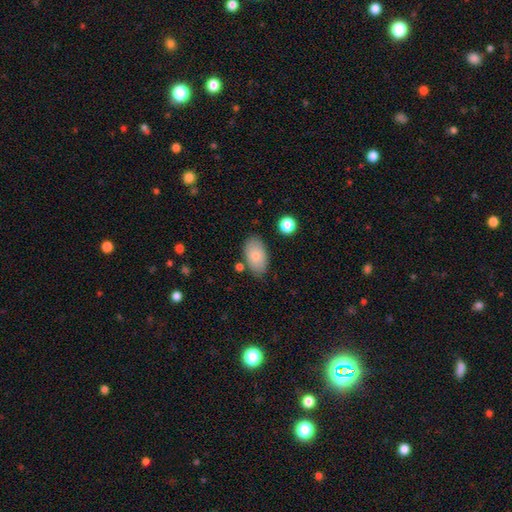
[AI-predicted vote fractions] smooth_or_featured: smooth (p=0.82) [alt: featured or disk p=0.11]
how_rounded: in between (p=0.94) [alt: round p=0.05]
merging: none (p=0.77) [alt: minor disturbance p=0.15]